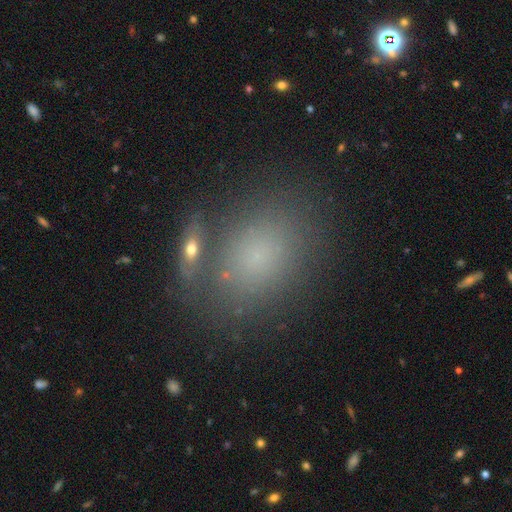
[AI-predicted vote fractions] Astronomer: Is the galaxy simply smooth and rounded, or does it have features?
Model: smooth — 72%.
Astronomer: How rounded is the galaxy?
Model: in between — 67%.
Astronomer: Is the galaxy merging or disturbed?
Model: none — 76%.